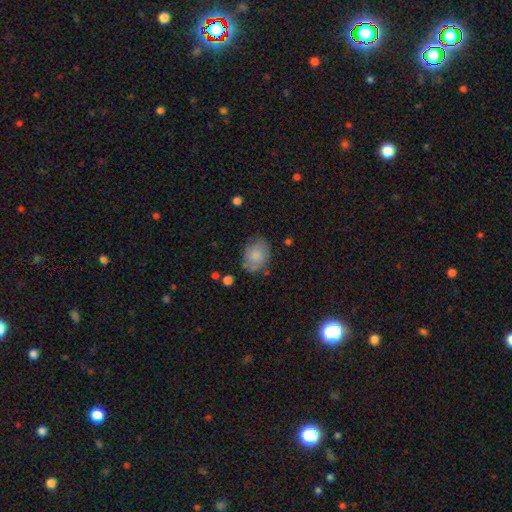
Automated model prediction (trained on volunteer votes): smooth-or-featured: smooth: 82% | featured or disk: 10% | star or artifact: 7%
  how-rounded: in between: 66% | round: 33% | cigar-shaped: 1%
  merging: none: 71% | minor disturbance: 20% | major disturbance: 6% | merger: 3%